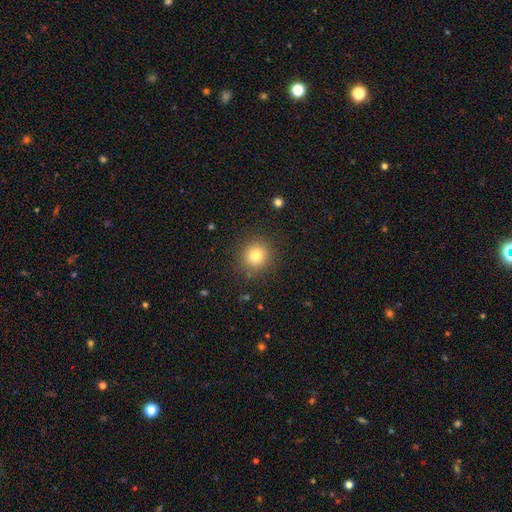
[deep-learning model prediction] Smooth or featured?
  - smooth: 81% *
  - star or artifact: 12%
  - featured or disk: 7%
How rounded?
  - round: 90% *
  - in between: 9%
  - cigar-shaped: 1%
Merging?
  - none: 88% *
  - minor disturbance: 8%
  - major disturbance: 3%
  - merger: 1%